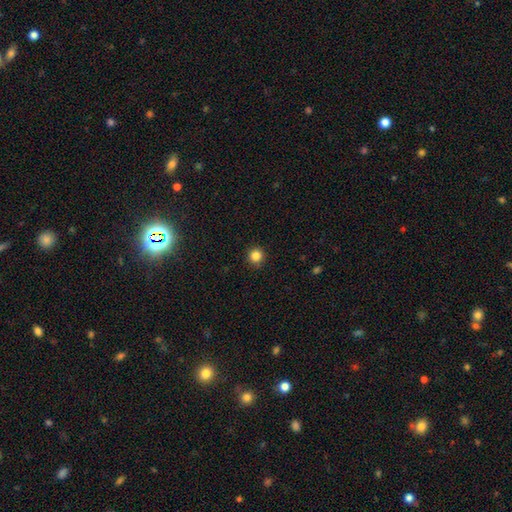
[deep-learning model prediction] smooth-or-featured: smooth: 85% | star or artifact: 11% | featured or disk: 4%
  how-rounded: round: 95% | in between: 4% | cigar-shaped: 1%
  merging: none: 92% | minor disturbance: 5% | major disturbance: 2% | merger: 1%